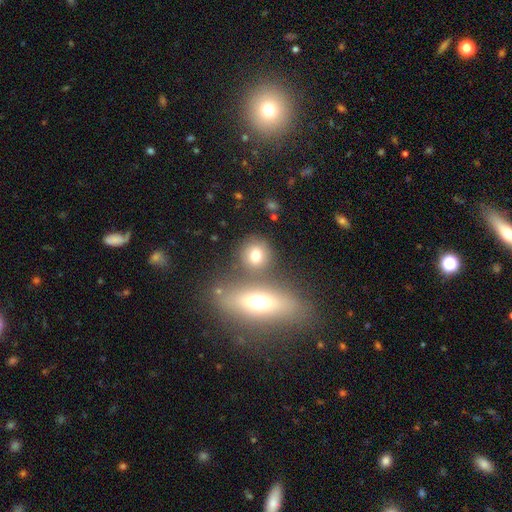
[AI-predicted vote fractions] Smooth or featured: smooth — 73% (featured or disk — 14%)
How rounded: round — 75% (in between — 22%)
Merging: none — 65% (merger — 22%)